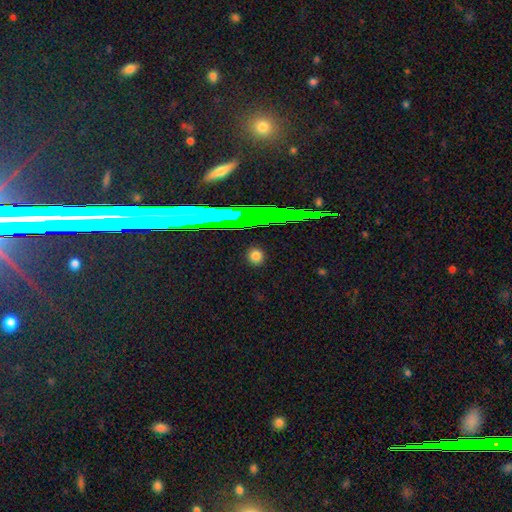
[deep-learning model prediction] Smooth or featured: smooth — 78% (star or artifact — 16%)
How rounded: round — 89% (in between — 10%)
Merging: none — 90% (minor disturbance — 6%)